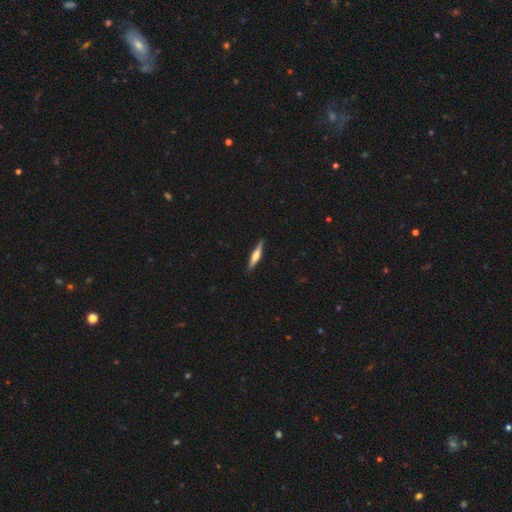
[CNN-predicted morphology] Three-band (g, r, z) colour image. It shows a featured or disk galaxy (62%) viewed edge-on (97%) with a rounded central bulge (90%). Merging: none (91%).